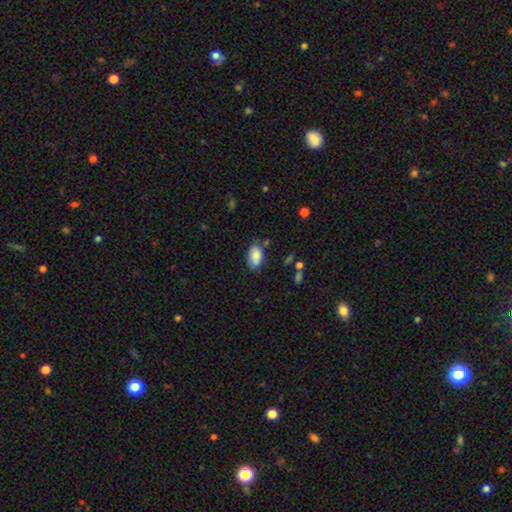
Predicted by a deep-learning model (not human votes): Smooth or featured? smooth (82%)
How rounded? in between (93%)
Merging? none (71%)